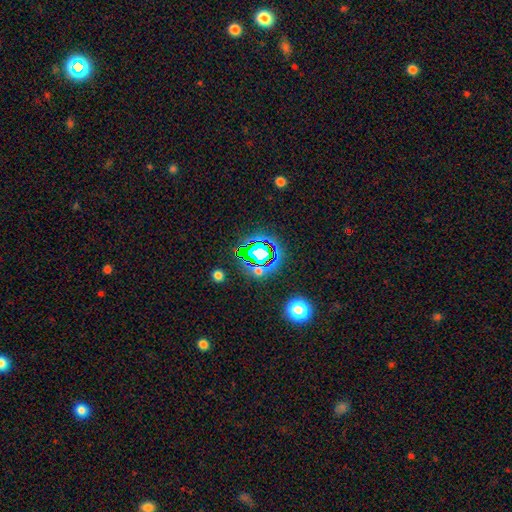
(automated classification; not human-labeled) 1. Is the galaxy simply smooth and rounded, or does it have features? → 69% star or artifact, 18% smooth, 13% featured or disk.